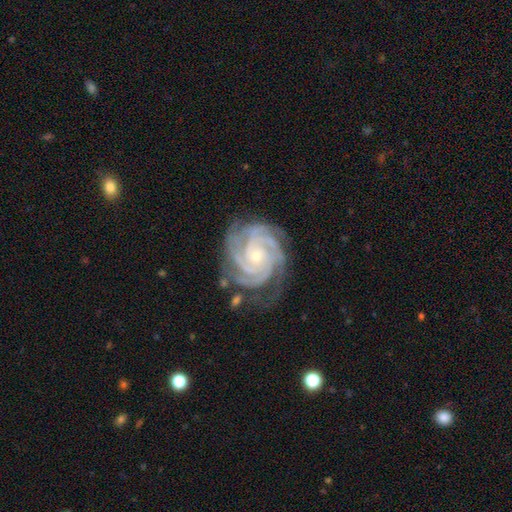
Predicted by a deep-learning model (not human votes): featured or disk 92%, star or artifact 5%, smooth 3%. Down the decision tree: edge-on disk — no (98%); bar — no (72%); spiral arms — yes (99%); spiral arm count — 4 (44%); spiral winding — tight (80%); bulge size — small (71%); merging — none (73%).